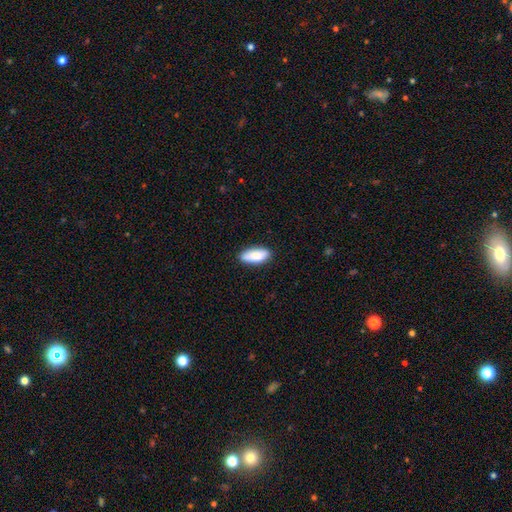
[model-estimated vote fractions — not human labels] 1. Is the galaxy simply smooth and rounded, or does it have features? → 86% smooth, 8% featured or disk, 6% star or artifact.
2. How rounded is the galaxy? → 83% in between, 15% cigar-shaped, 2% round.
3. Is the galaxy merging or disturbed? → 86% none, 11% minor disturbance, 2% major disturbance, 1% merger.